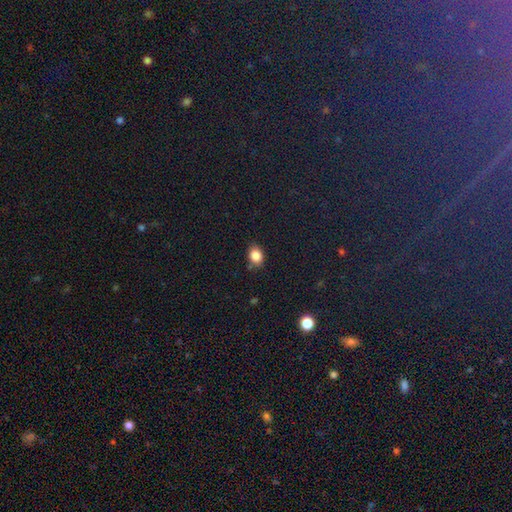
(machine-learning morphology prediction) A smooth galaxy with no disk features (85%) that is in between round and cigar-shaped (55%). Merging: none (77%).